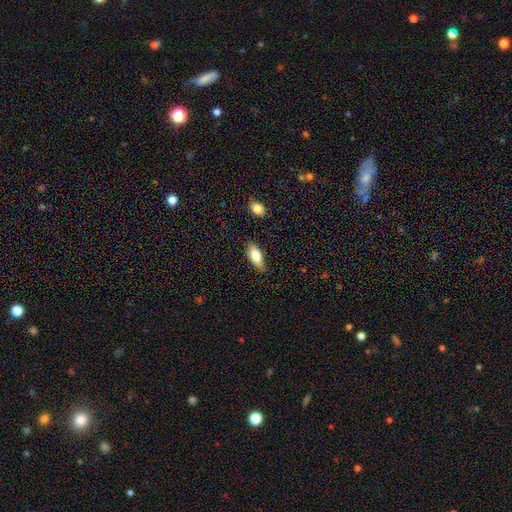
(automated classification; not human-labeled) smooth 73%, featured or disk 20%, star or artifact 7%. Down the decision tree: how rounded — in between (79%); merging — none (73%).